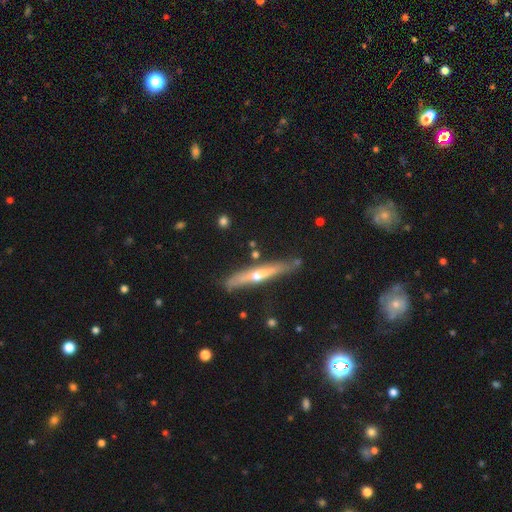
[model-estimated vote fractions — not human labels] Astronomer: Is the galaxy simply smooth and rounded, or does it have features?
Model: featured or disk — 70%.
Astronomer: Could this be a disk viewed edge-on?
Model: yes — 95%.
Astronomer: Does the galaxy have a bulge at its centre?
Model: rounded — 81%.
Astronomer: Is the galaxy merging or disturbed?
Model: none — 79%.